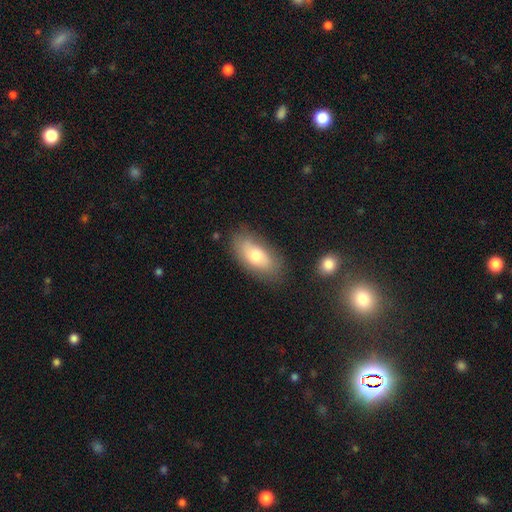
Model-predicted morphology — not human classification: This is likely a smooth galaxy (68%). How rounded: clearly in between (90%). Merging: likely none (76%).